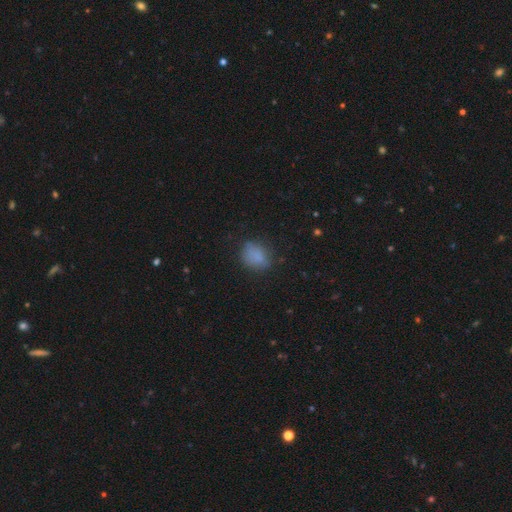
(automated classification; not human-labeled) Smooth or featured?
  - smooth: 80% *
  - star or artifact: 11%
  - featured or disk: 9%
How rounded?
  - round: 53% *
  - in between: 46%
  - cigar-shaped: 1%
Merging?
  - none: 68% *
  - minor disturbance: 22%
  - major disturbance: 7%
  - merger: 2%